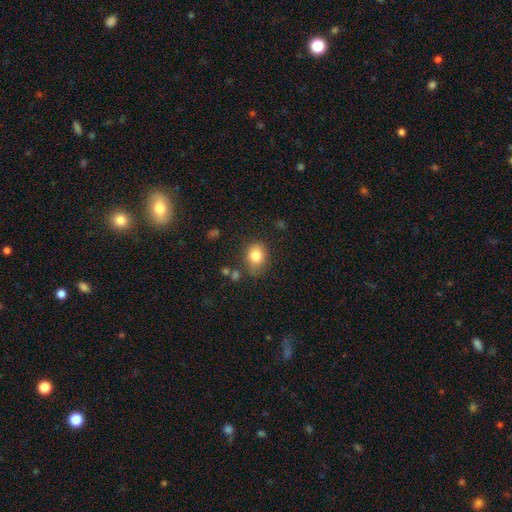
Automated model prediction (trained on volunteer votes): This appears to be a smooth galaxy with no disk features (81%) that is round (51%). Merging: none (73%).